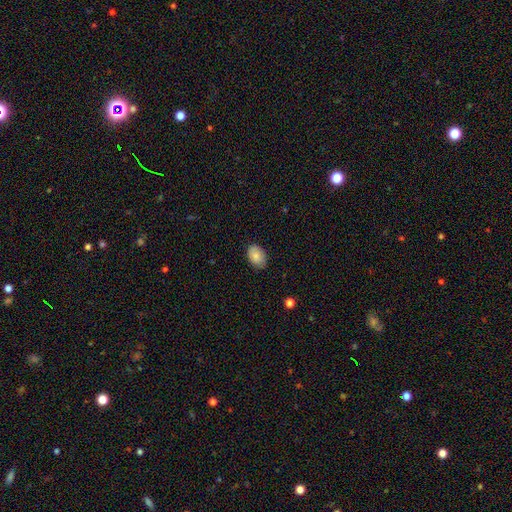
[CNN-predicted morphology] smooth_or_featured: smooth (p=0.85) [alt: featured or disk p=0.08]
how_rounded: in between (p=0.84) [alt: round p=0.15]
merging: none (p=0.82) [alt: minor disturbance p=0.14]